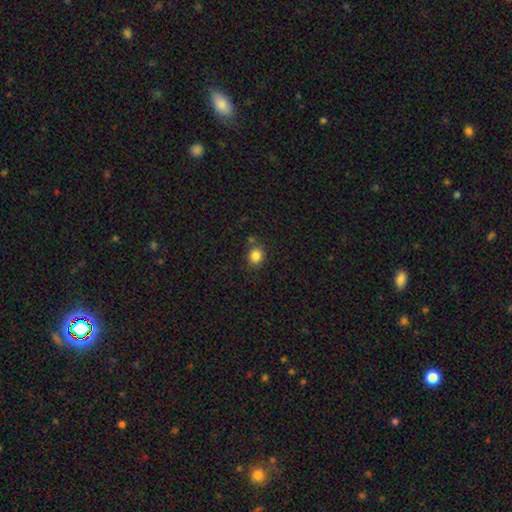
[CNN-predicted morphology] Smooth or featured: smooth — 84% (star or artifact — 11%)
How rounded: round — 67% (in between — 32%)
Merging: none — 77% (minor disturbance — 12%)